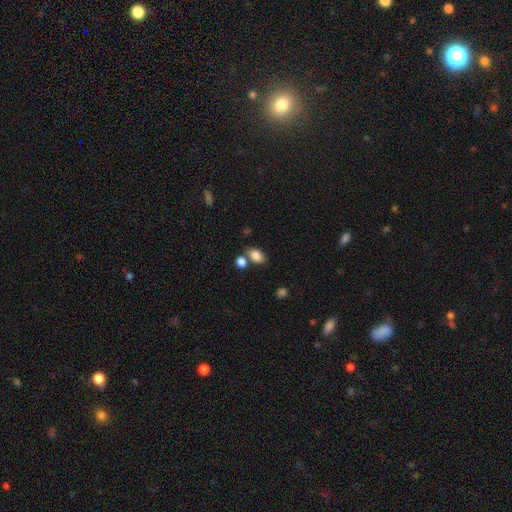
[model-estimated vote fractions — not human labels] Overall: smooth (84%). How rounded: in between (82%). Merging: none (57%; merger 26%).